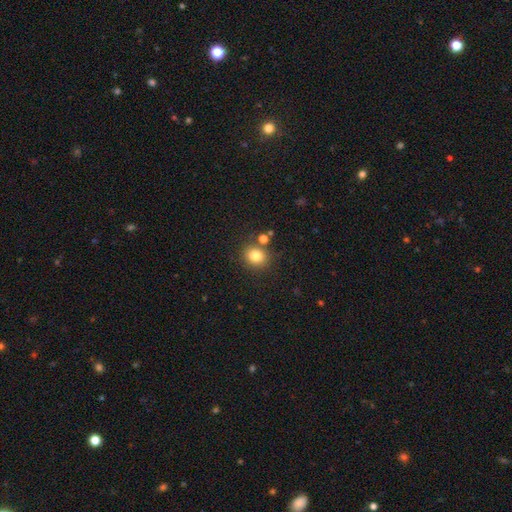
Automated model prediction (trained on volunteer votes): Smooth or featured?
  - smooth: 81% *
  - star or artifact: 12%
  - featured or disk: 7%
How rounded?
  - round: 78% *
  - in between: 21%
  - cigar-shaped: 1%
Merging?
  - none: 80% *
  - minor disturbance: 9%
  - merger: 8%
  - major disturbance: 3%